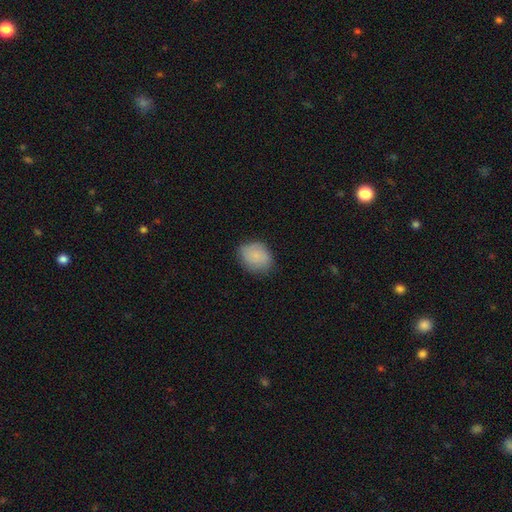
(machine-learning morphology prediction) Smooth or featured? smooth (78%)
How rounded? in between (51%)
Merging? none (77%)